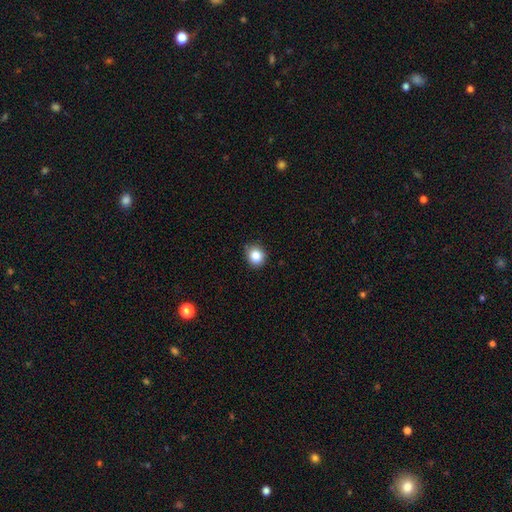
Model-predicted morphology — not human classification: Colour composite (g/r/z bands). It shows a smooth galaxy with no disk features (85%) that is round (82%). Merging: none (85%).